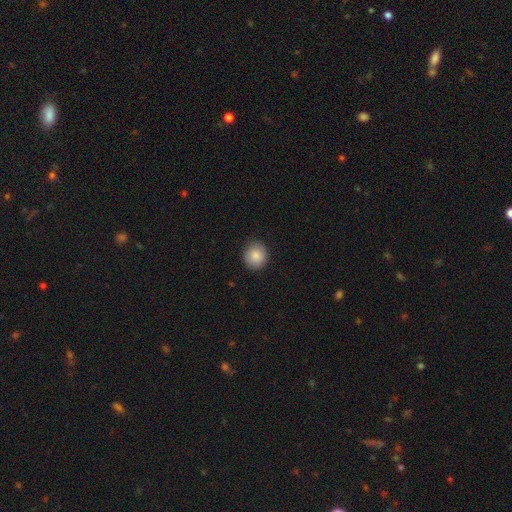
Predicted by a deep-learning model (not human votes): smooth-or-featured: smooth: 86% | star or artifact: 7% | featured or disk: 7%
  how-rounded: round: 87% | in between: 12% | cigar-shaped: 1%
  merging: none: 87% | minor disturbance: 10% | major disturbance: 2% | merger: 1%